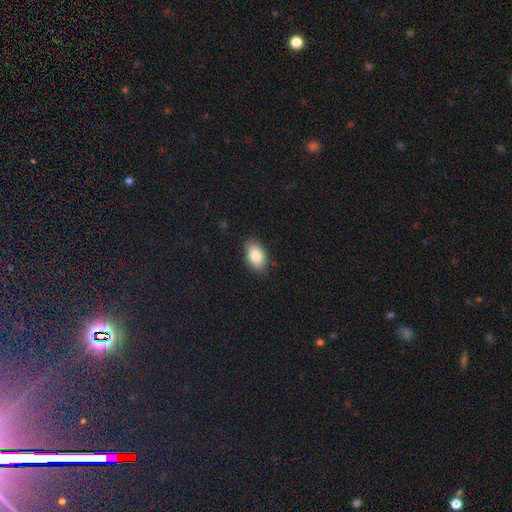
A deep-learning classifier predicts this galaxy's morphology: This is clearly a smooth galaxy (85%). How rounded: clearly in between (92%). Merging: clearly none (87%).